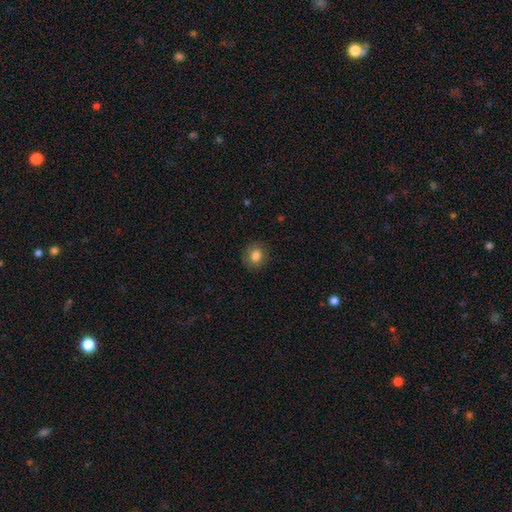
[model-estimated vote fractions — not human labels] A smooth galaxy with no disk features (83%) that is round (74%). Merging: none (87%).